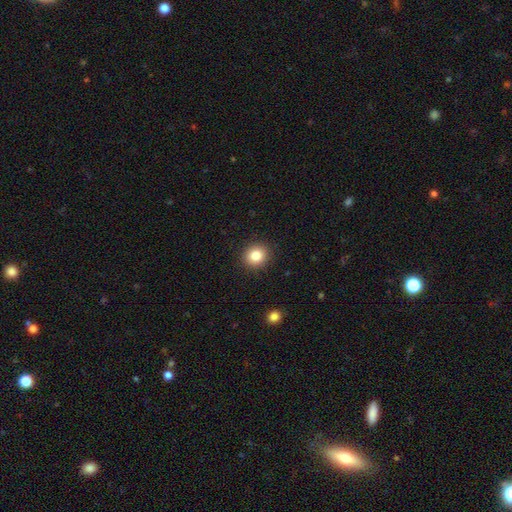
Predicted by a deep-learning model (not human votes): Q: Smooth or featured?
A: smooth (84%); runner-up: star or artifact (10%)
Q: How rounded?
A: round (85%); runner-up: in between (14%)
Q: Merging?
A: none (91%); runner-up: minor disturbance (6%)